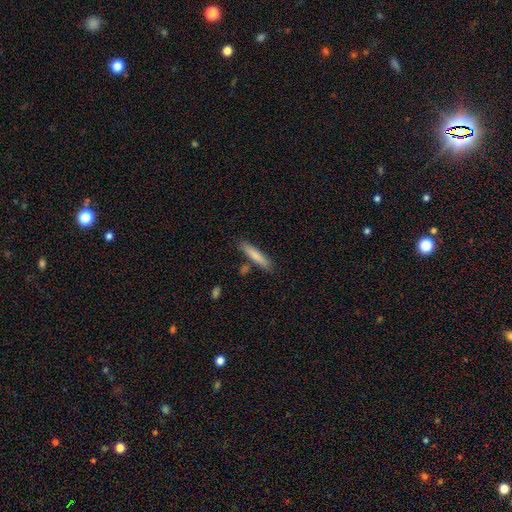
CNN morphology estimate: smooth_or_featured: smooth (p=0.77) [alt: featured or disk p=0.17]
how_rounded: cigar-shaped (p=0.88) [alt: in between p=0.11]
merging: none (p=0.82) [alt: minor disturbance p=0.11]